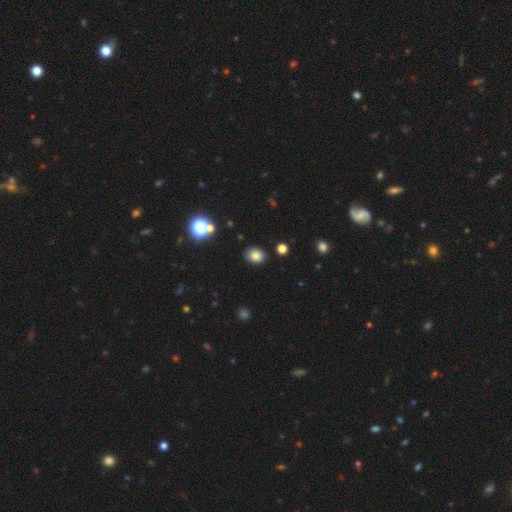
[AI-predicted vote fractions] Smooth or featured? smooth (80%)
How rounded? in between (56%)
Merging? none (86%)